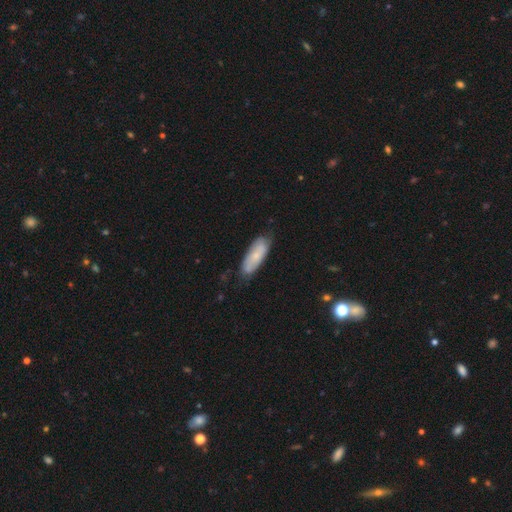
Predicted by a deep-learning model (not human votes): Q: Smooth or featured?
A: smooth (64%); runner-up: featured or disk (30%)
Q: How rounded?
A: in between (66%); runner-up: cigar-shaped (32%)
Q: Merging?
A: none (71%); runner-up: minor disturbance (23%)